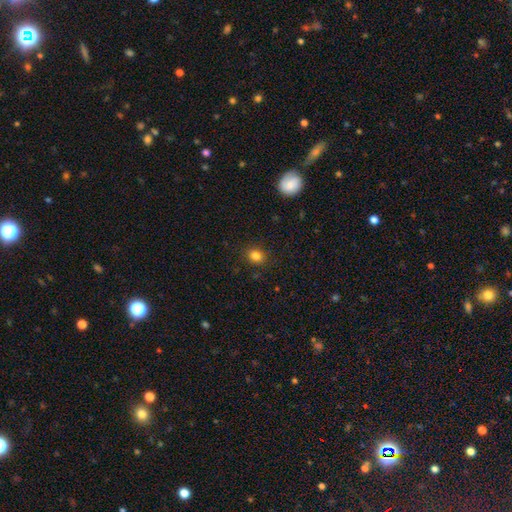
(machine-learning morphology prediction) This appears to be a smooth galaxy with no disk features (83%) that is round (55%). Merging: none (87%).